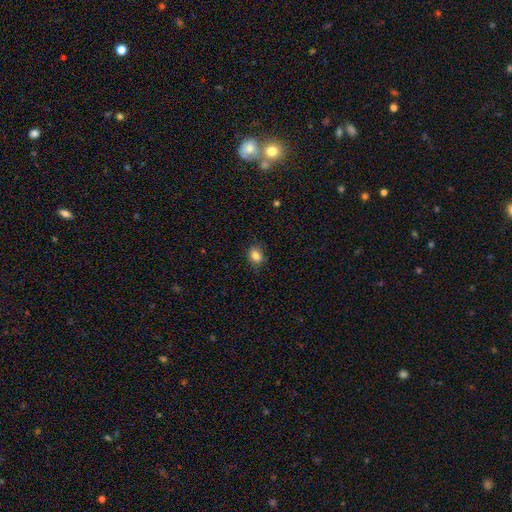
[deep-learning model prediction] Overall: smooth (83%). How rounded: in between (58%; round 41%). Merging: none (83%).